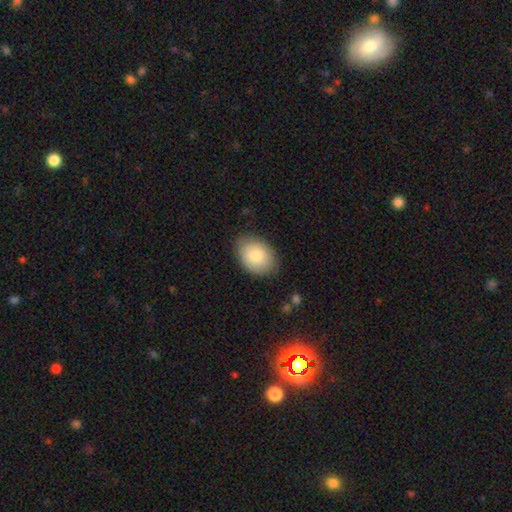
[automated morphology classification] smooth_or_featured: smooth (p=0.82) [alt: featured or disk p=0.12]
how_rounded: in between (p=0.73) [alt: round p=0.26]
merging: none (p=0.82) [alt: minor disturbance p=0.14]